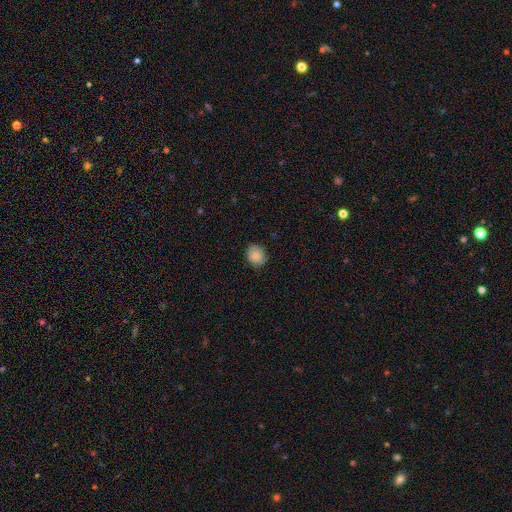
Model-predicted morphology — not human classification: A smooth galaxy with no disk features (78%) that is round (68%). Merging: none (77%).